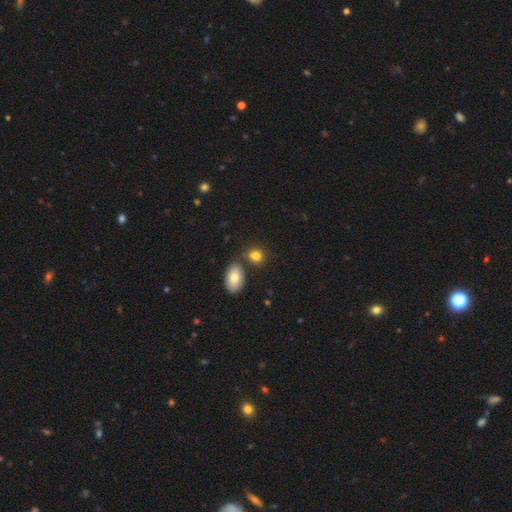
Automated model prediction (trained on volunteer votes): The model was most divided on "how rounded": round: 50%, in between: 48%, cigar-shaped: 2%. More confident: smooth or featured — smooth (82%); merging — none (66%).